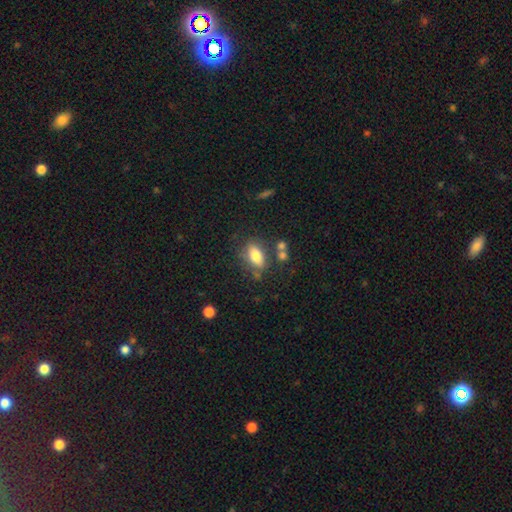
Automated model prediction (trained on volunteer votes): Smooth or featured? Predicted: smooth (p=0.77). How rounded? Predicted: in between (p=0.83). Merging? Predicted: none (p=0.67).